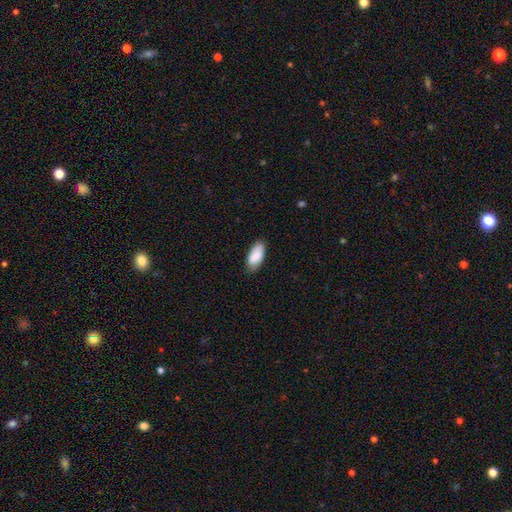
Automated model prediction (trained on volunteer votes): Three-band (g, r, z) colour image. It shows a smooth galaxy with no disk features (88%) that is in between round and cigar-shaped (89%). Merging: none (80%).